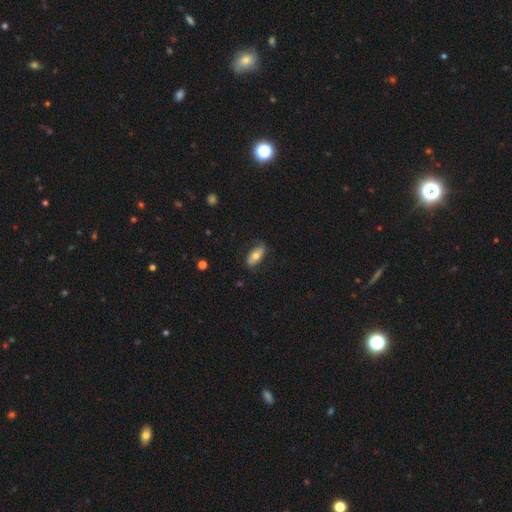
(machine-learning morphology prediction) The model was most divided on "smooth or featured": smooth: 56%, featured or disk: 38%, star or artifact: 6%. More confident: how rounded — in between (86%); merging — none (73%).